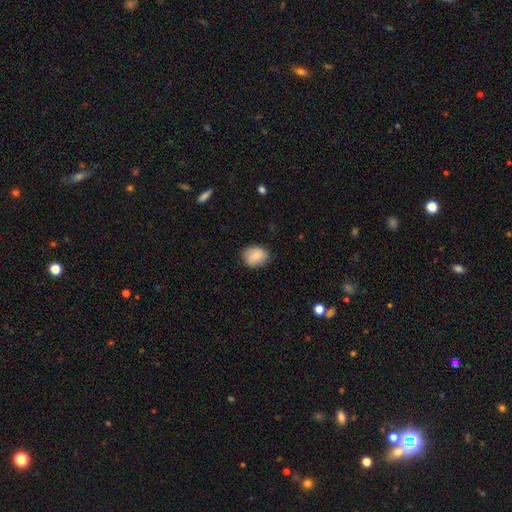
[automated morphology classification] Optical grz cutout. It shows a smooth galaxy with no disk features (74%) that is in between round and cigar-shaped (51%). Merging: none (78%).